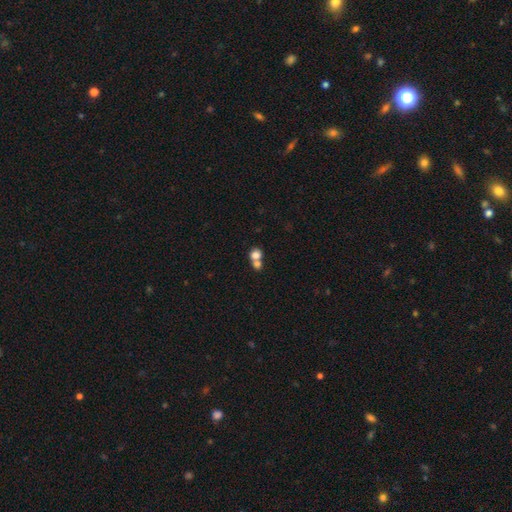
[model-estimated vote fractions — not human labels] Smooth or featured?
  - smooth: 78% *
  - featured or disk: 12%
  - star or artifact: 11%
How rounded?
  - round: 74% *
  - in between: 25%
  - cigar-shaped: 1%
Merging?
  - merger: 60% *
  - none: 32%
  - minor disturbance: 5%
  - major disturbance: 3%